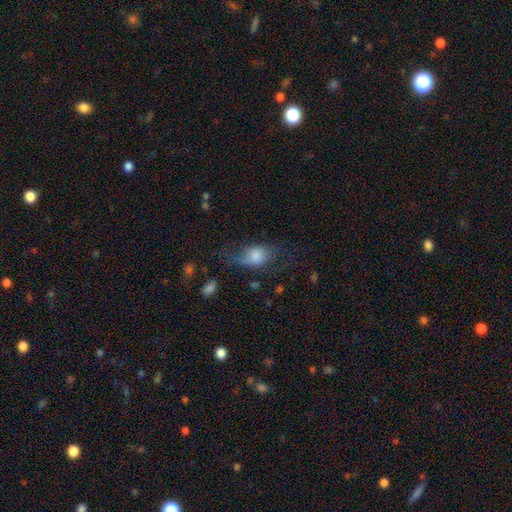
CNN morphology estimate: Q: Smooth or featured?
A: smooth (61%); runner-up: featured or disk (29%)
Q: How rounded?
A: in between (76%); runner-up: round (20%)
Q: Merging?
A: none (41%); runner-up: minor disturbance (28%)